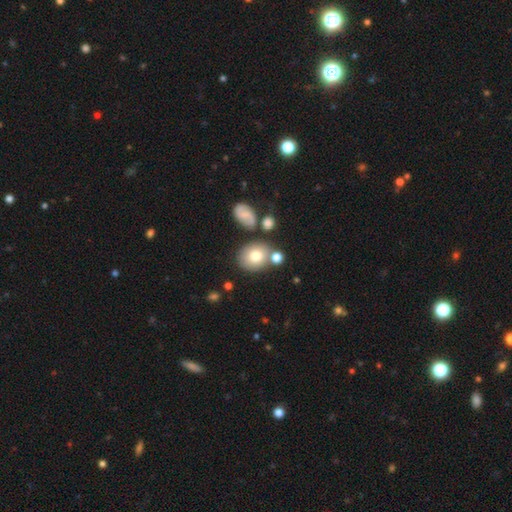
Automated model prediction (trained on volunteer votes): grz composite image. It shows a smooth galaxy with no disk features (74%) that is round (58%). Merging: none (64%).